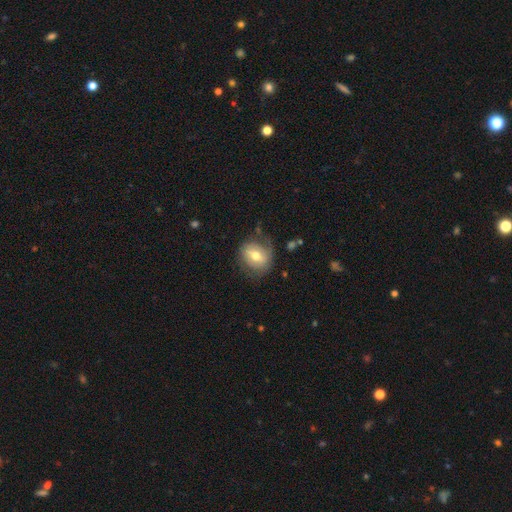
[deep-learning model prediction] smooth-or-featured: smooth: 55% | featured or disk: 37% | star or artifact: 8%
  how-rounded: round: 60% | in between: 39% | cigar-shaped: 1%
  merging: none: 65% | minor disturbance: 23% | major disturbance: 11% | merger: 2%